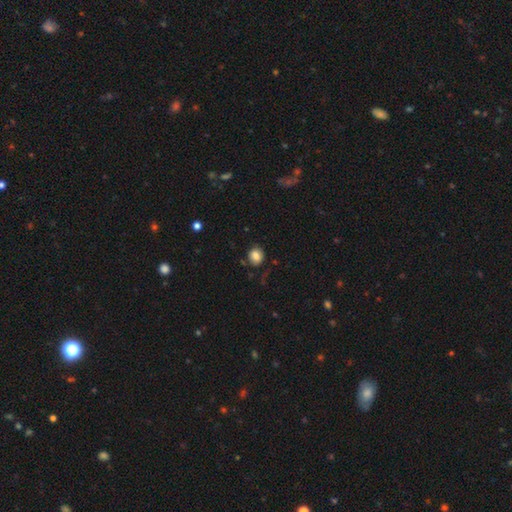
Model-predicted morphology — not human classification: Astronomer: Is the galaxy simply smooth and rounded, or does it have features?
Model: smooth — 82%.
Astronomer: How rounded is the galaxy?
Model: round — 72%.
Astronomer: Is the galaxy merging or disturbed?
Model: none — 78%.